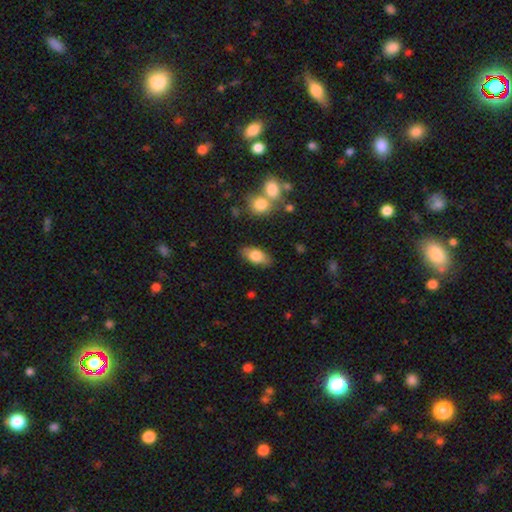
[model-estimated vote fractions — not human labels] Smooth or featured? Predicted: smooth (p=0.78). How rounded? Predicted: in between (p=0.90). Merging? Predicted: none (p=0.82).